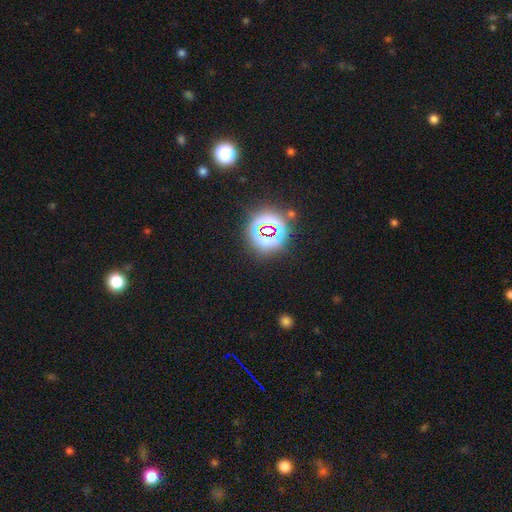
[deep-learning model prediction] smooth_or_featured: star or artifact (p=0.77) [alt: smooth p=0.15]